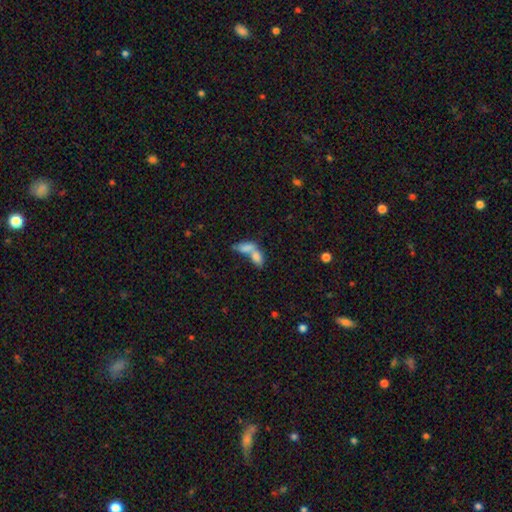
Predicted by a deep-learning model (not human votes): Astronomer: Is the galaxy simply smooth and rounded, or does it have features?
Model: smooth — 77%.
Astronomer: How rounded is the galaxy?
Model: in between — 85%.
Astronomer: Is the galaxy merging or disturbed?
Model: merger — 72%.